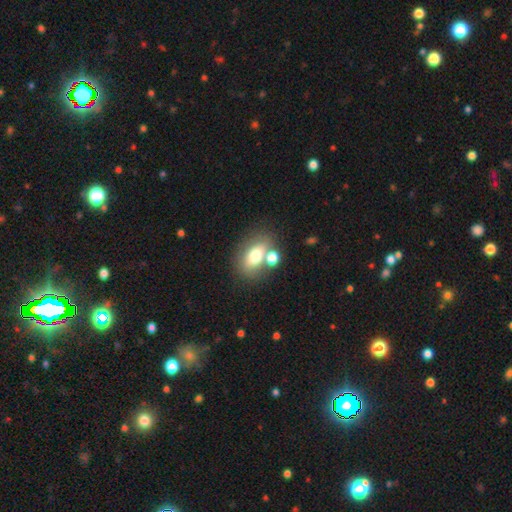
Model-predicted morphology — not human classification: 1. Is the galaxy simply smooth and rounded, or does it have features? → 68% smooth, 20% featured or disk, 11% star or artifact.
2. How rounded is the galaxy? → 75% in between, 23% round, 2% cigar-shaped.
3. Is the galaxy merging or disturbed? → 56% none, 26% merger, 12% minor disturbance, 5% major disturbance.